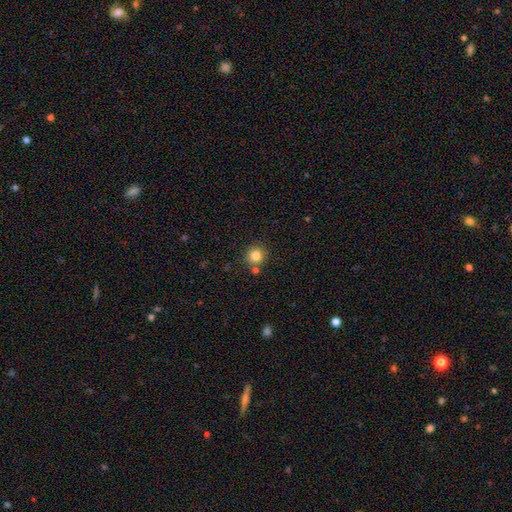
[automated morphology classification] smooth 83%, star or artifact 11%, featured or disk 5%. Down the decision tree: how rounded — round (92%); merging — none (81%).